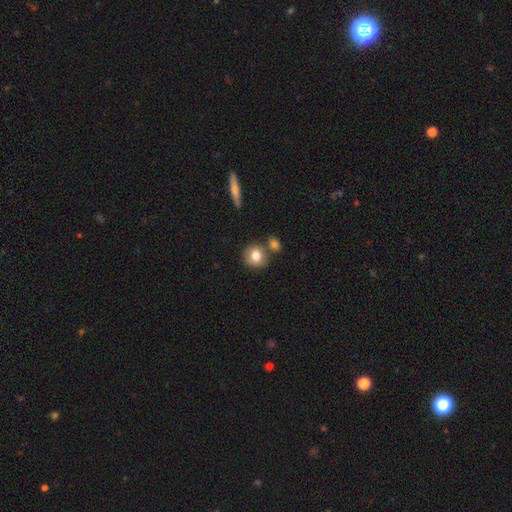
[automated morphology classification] smooth_or_featured: smooth (p=0.80) [alt: featured or disk p=0.11]
how_rounded: round (p=0.86) [alt: in between p=0.13]
merging: none (p=0.69) [alt: merger p=0.18]